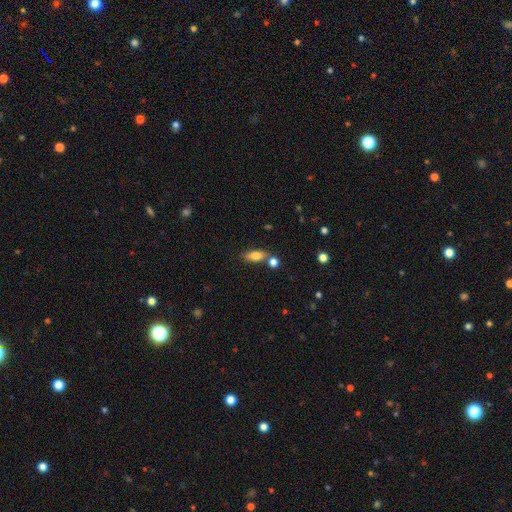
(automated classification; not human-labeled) This appears to be a smooth galaxy with no disk features (81%) that is in between round and cigar-shaped (81%). Merging: none (68%).